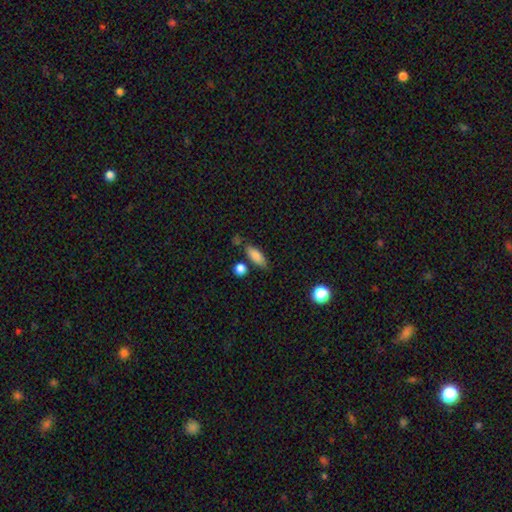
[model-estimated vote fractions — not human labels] Smooth or featured? Predicted: smooth (p=0.83). How rounded? Predicted: in between (p=0.72). Merging? Predicted: none (p=0.72).